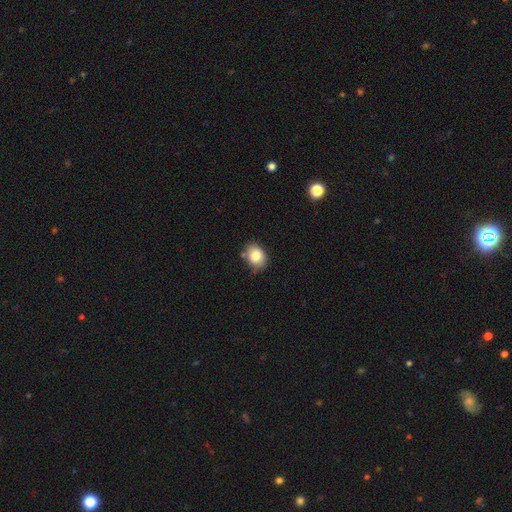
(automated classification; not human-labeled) Smooth or featured?
  - smooth: 82% *
  - featured or disk: 9%
  - star or artifact: 9%
How rounded?
  - in between: 56% *
  - round: 43%
  - cigar-shaped: 1%
Merging?
  - none: 75% *
  - minor disturbance: 18%
  - merger: 4%
  - major disturbance: 3%